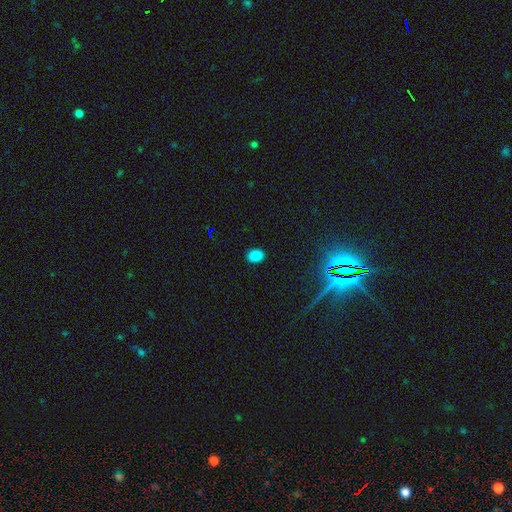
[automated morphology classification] This is clearly a smooth galaxy (84%). How rounded: likely in between (67%). Merging: clearly none (89%).